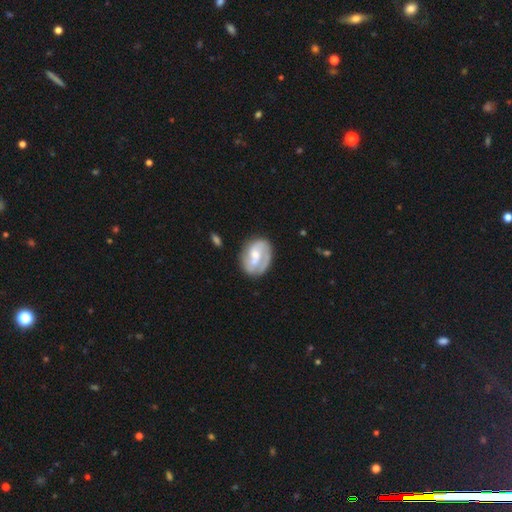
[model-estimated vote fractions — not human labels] Q: Smooth or featured?
A: featured or disk (70%); runner-up: smooth (25%)
Q: Edge-on disk?
A: no (98%); runner-up: yes (2%)
Q: Bar?
A: no (49%); runner-up: weak (41%)
Q: Spiral arms?
A: yes (84%); runner-up: no (16%)
Q: Spiral winding?
A: medium (40%); runner-up: tight (39%)
Q: Spiral arm count?
A: 2 (50%); runner-up: 1 (27%)
Q: Bulge size?
A: moderate (49%); runner-up: small (37%)
Q: Merging?
A: none (61%); runner-up: minor disturbance (22%)